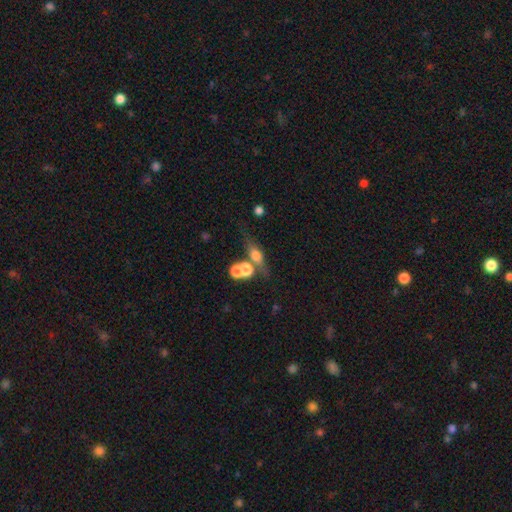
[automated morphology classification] Smooth or featured? smooth (53%)
How rounded? in between (48%)
Merging? none (49%)